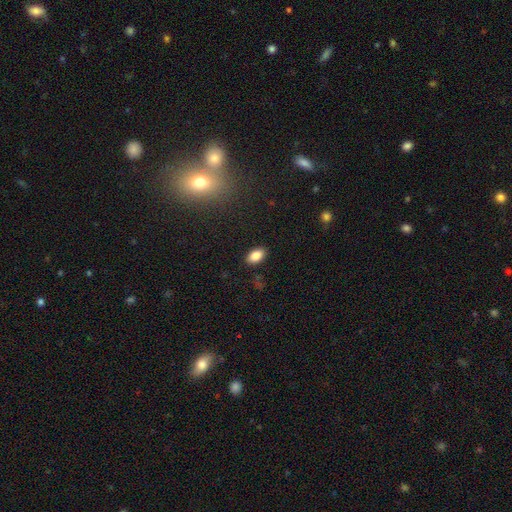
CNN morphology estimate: This is clearly a smooth galaxy (85%). How rounded: clearly in between (91%). Merging: clearly none (88%).